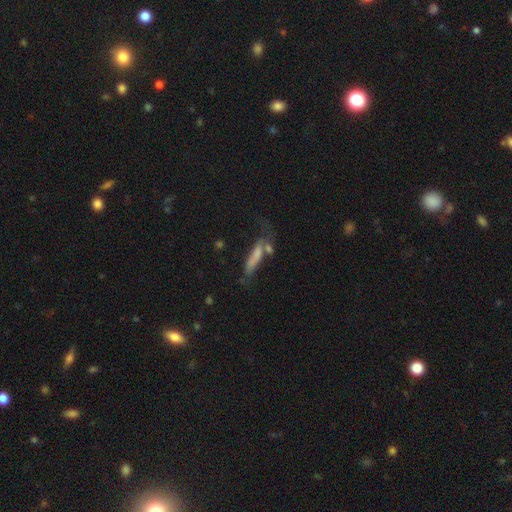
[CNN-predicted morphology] This is likely a smooth galaxy (66%). How rounded: likely cigar-shaped (76%). Merging: marginally none (40%).